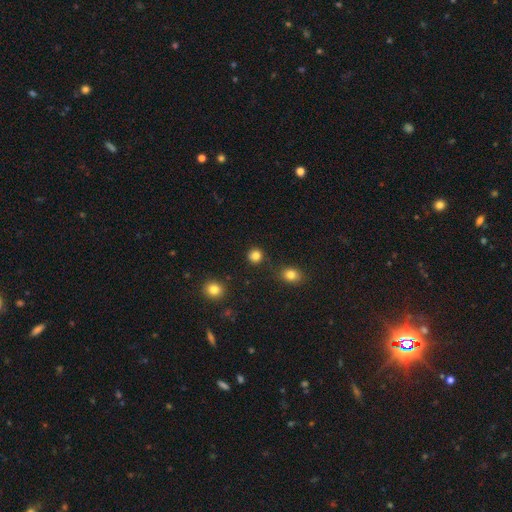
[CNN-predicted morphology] Smooth or featured?
  - smooth: 84% *
  - star or artifact: 12%
  - featured or disk: 4%
How rounded?
  - round: 91% *
  - in between: 8%
  - cigar-shaped: 1%
Merging?
  - none: 86% *
  - minor disturbance: 8%
  - merger: 3%
  - major disturbance: 3%